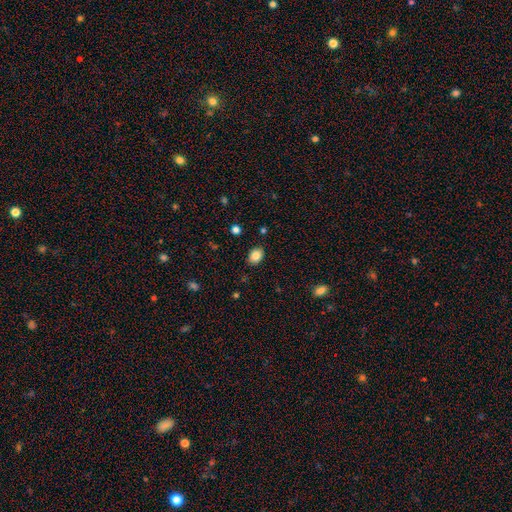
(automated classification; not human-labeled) smooth-or-featured: smooth: 85% | star or artifact: 9% | featured or disk: 7%
  how-rounded: in between: 73% | round: 26% | cigar-shaped: 1%
  merging: none: 87% | minor disturbance: 9% | major disturbance: 2% | merger: 1%